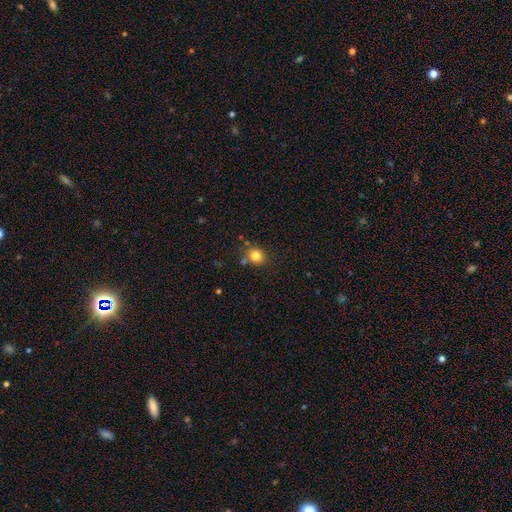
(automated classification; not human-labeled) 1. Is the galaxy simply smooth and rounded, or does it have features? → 81% smooth, 12% star or artifact, 7% featured or disk.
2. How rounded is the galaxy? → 81% round, 18% in between, 1% cigar-shaped.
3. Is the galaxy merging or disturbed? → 76% none, 11% minor disturbance, 9% merger, 3% major disturbance.